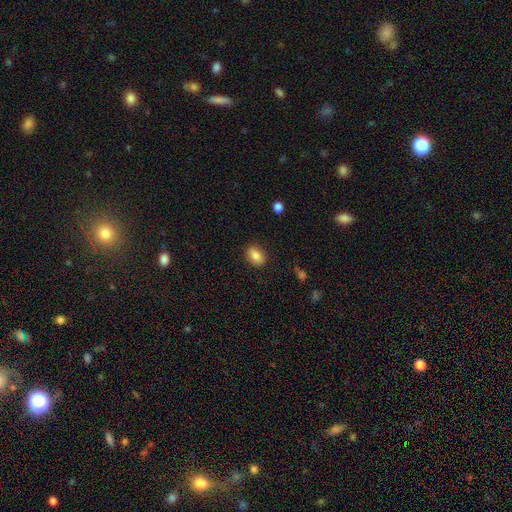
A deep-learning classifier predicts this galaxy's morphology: A smooth galaxy with no disk features (85%) that is in between round and cigar-shaped (76%). Merging: none (87%).